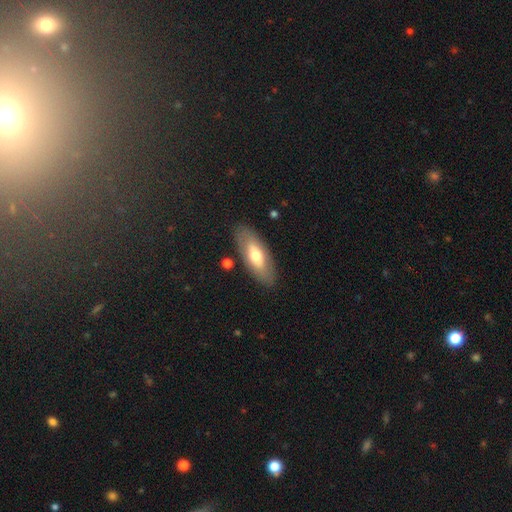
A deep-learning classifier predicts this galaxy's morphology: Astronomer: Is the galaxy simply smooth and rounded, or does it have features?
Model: smooth — 60%.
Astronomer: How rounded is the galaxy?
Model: in between — 78%.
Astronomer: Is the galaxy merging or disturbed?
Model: none — 83%.